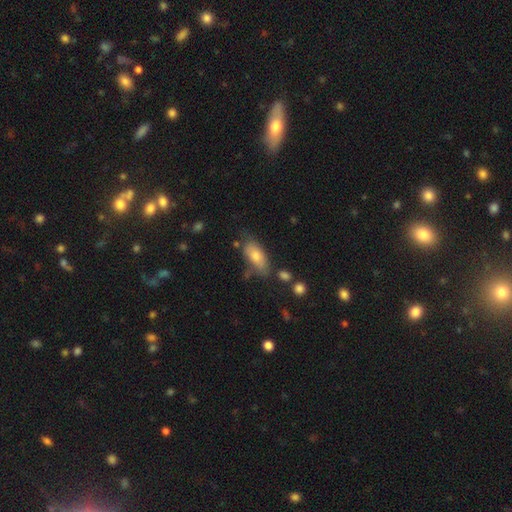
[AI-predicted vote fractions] The model was most divided on "merging": none: 65%, minor disturbance: 23%, merger: 6%, major disturbance: 6%. More confident: how rounded — in between (82%); smooth or featured — smooth (74%).